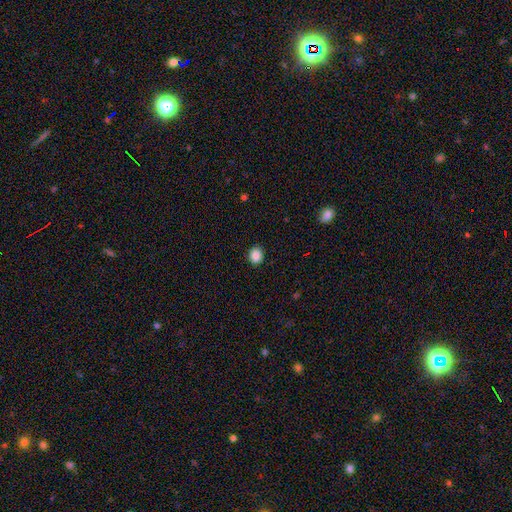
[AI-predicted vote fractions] The model was most divided on "how rounded": round: 68%, in between: 31%, cigar-shaped: 1%. More confident: merging — none (90%); smooth or featured — smooth (88%).